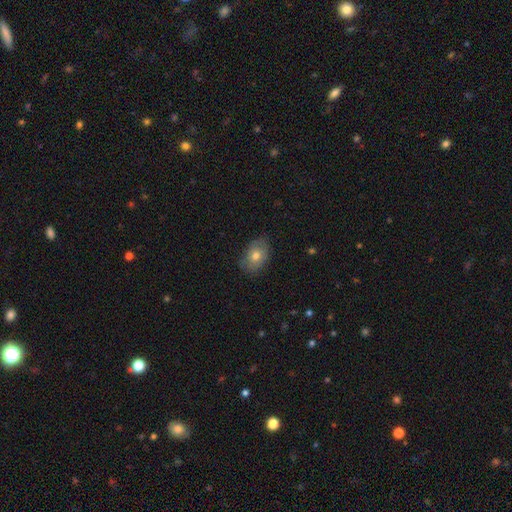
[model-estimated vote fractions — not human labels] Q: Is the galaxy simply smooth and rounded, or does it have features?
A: smooth — 68%.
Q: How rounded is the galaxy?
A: in between — 76%.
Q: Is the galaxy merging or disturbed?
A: none — 75%.